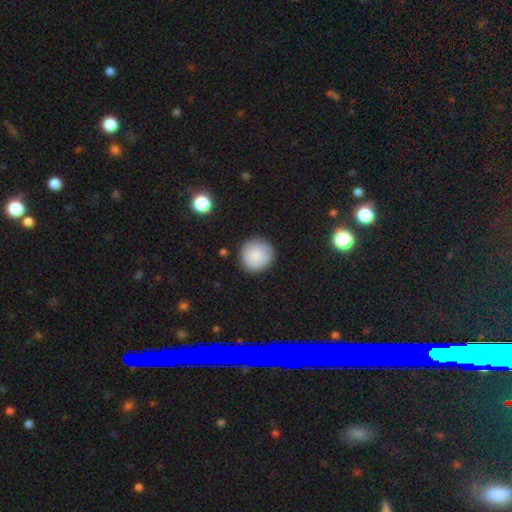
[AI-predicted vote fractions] Smooth or featured?
  - smooth: 82% *
  - featured or disk: 11%
  - star or artifact: 7%
How rounded?
  - round: 94% *
  - in between: 5%
  - cigar-shaped: 1%
Merging?
  - none: 86% *
  - minor disturbance: 10%
  - major disturbance: 3%
  - merger: 1%